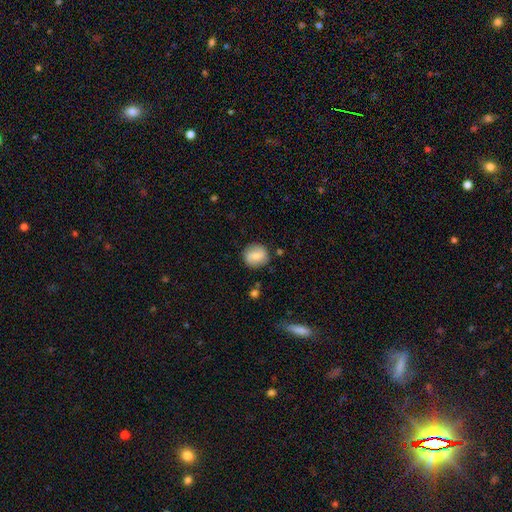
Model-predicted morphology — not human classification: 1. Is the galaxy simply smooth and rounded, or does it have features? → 64% smooth, 28% featured or disk, 8% star or artifact.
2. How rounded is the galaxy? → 79% round, 20% in between, 1% cigar-shaped.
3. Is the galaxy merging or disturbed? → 83% none, 12% minor disturbance, 3% major disturbance, 2% merger.